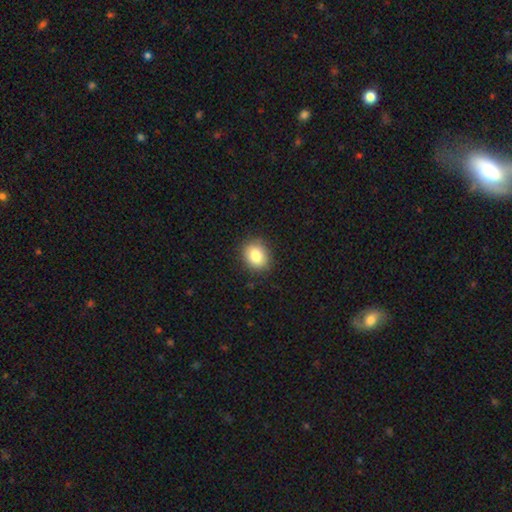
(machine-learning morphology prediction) Overall: smooth (84%). How rounded: round (53%; in between 46%). Merging: none (87%).